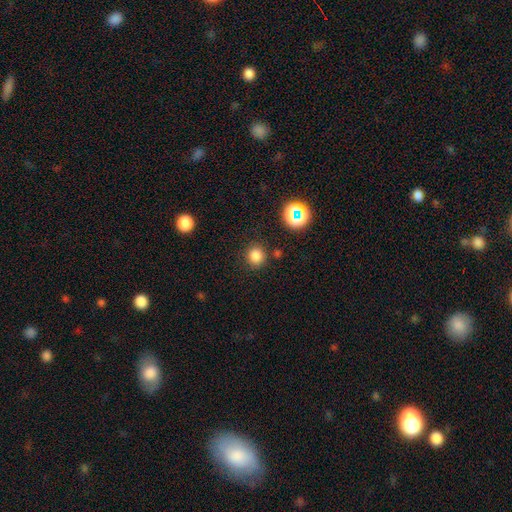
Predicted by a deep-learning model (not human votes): Smooth or featured? smooth (80%)
How rounded? round (90%)
Merging? none (84%)